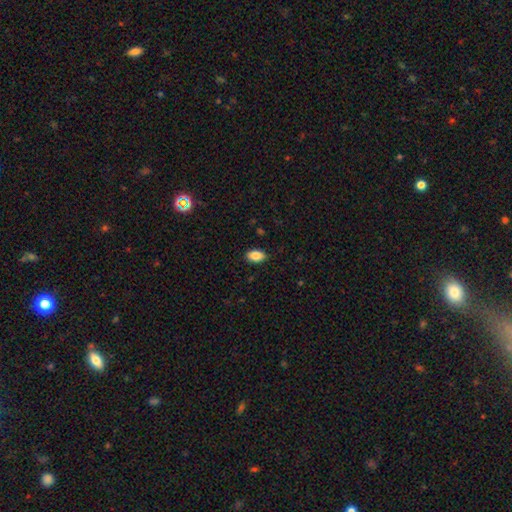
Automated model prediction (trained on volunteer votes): A smooth galaxy with no disk features (87%) that is in between round and cigar-shaped (92%).

Vote fractions:
- Smooth or featured? smooth: 87% / star or artifact: 8% / featured or disk: 5%
- How rounded? in between: 92% / round: 6% / cigar-shaped: 2%
- Merging? none: 88% / minor disturbance: 9% / major disturbance: 2% / merger: 1%